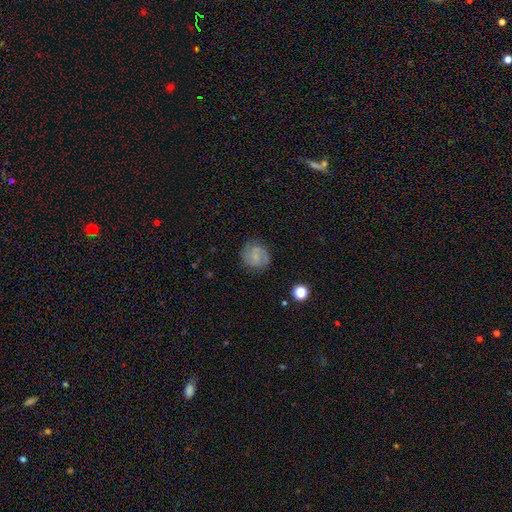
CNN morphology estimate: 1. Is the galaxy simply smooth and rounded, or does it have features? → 47% smooth, 43% featured or disk, 10% star or artifact.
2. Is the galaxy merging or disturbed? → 77% none, 16% minor disturbance, 6% major disturbance, 2% merger.